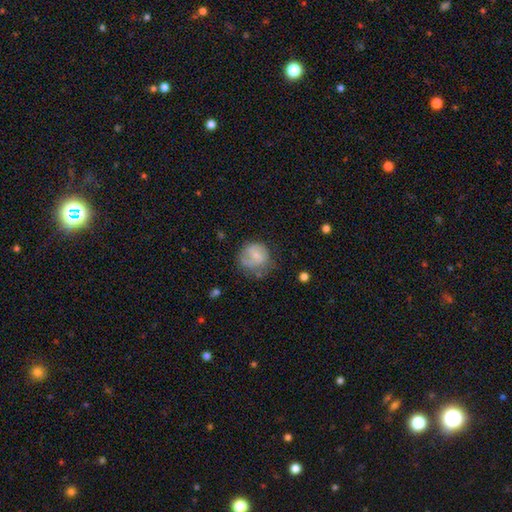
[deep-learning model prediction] This appears to be a smooth galaxy with no disk features (60%) that is round (79%). Merging: none (46%).